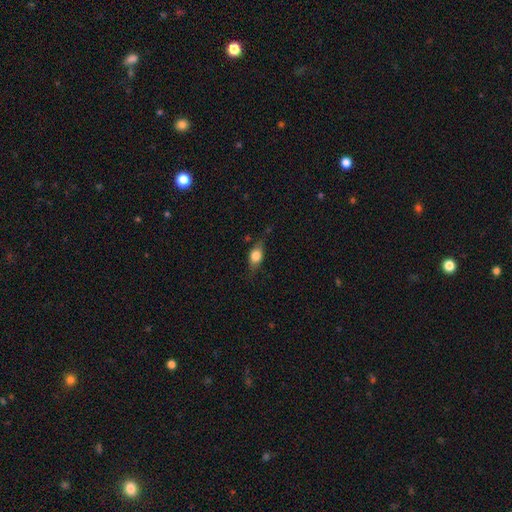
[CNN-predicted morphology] Smooth or featured? smooth (67%)
How rounded? in between (70%)
Merging? none (70%)